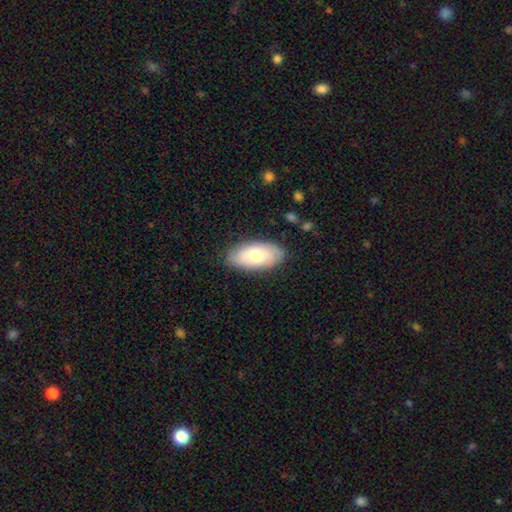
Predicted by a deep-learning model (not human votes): The model was most divided on "smooth or featured": smooth: 71%, featured or disk: 23%, star or artifact: 6%. More confident: how rounded — in between (93%); merging — none (84%).